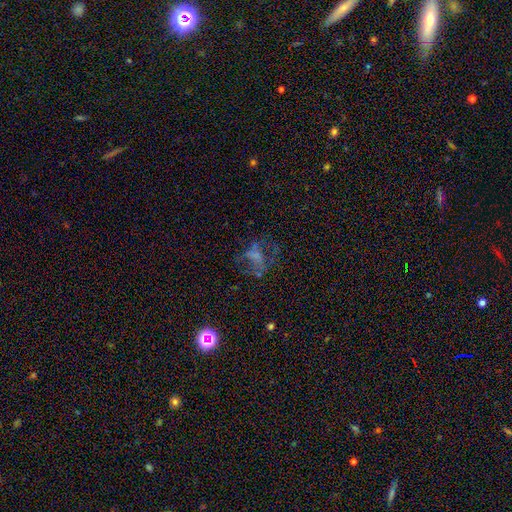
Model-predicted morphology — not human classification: A featured or disk galaxy (47%).

Vote fractions:
- Smooth or featured? featured or disk: 47% / smooth: 31% / star or artifact: 22%
- Merging? none: 40% / major disturbance: 39% / minor disturbance: 16% / merger: 4%